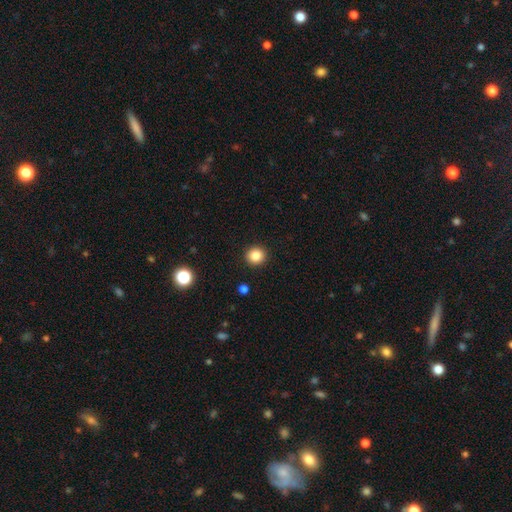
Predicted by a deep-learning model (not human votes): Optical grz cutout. It shows a smooth galaxy with no disk features (85%) that is round (93%). Merging: none (93%).